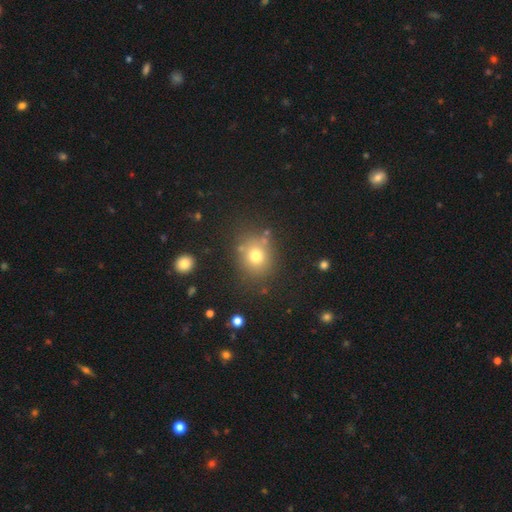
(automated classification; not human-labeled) smooth 73%, star or artifact 17%, featured or disk 10%. Down the decision tree: how rounded — round (75%); merging — none (80%).